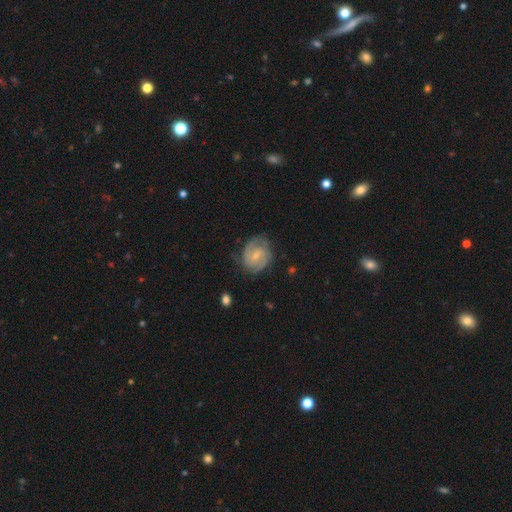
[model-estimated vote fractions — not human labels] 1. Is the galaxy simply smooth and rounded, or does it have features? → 76% featured or disk, 18% smooth, 6% star or artifact.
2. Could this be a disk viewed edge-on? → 98% no, 2% yes.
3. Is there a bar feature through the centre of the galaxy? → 55% weak, 34% no, 10% strong.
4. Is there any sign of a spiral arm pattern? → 94% yes, 6% no.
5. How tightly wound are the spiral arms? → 47% tight, 42% medium, 11% loose.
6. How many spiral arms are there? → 57% 2, 19% can't tell, 15% 3, 4% 1, 3% 4, 3% more than 4.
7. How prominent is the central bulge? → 62% small, 28% moderate, 8% none, 1% large, 1% dominant.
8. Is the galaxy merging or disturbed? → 69% none, 21% minor disturbance, 8% major disturbance, 1% merger.